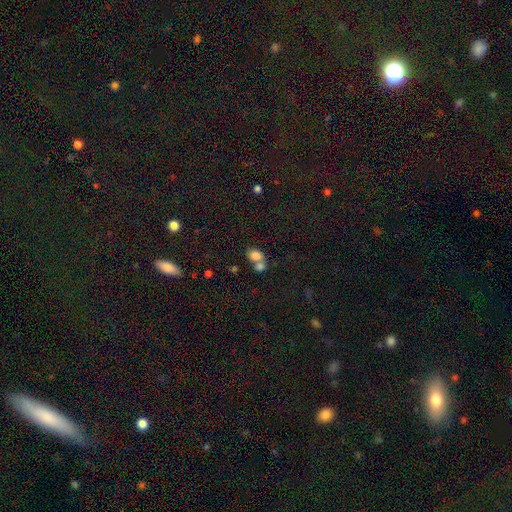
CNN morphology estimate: This appears to be a smooth galaxy with no disk features (80%) that is in between round and cigar-shaped (68%). Merging: merger (58%).